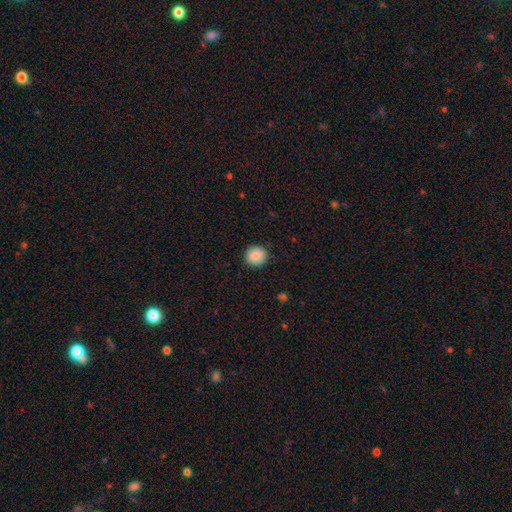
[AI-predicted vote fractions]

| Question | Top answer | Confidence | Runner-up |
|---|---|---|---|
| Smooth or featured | smooth | 88% | star or artifact (8%) |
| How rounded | round | 91% | in between (8%) |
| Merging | none | 89% | minor disturbance (8%) |